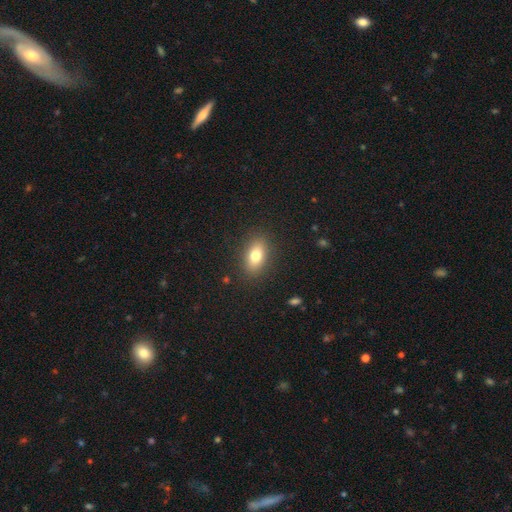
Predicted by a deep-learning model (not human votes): Morphology: type=smooth (77%); roundness=in between (83%); merging=none (87%).